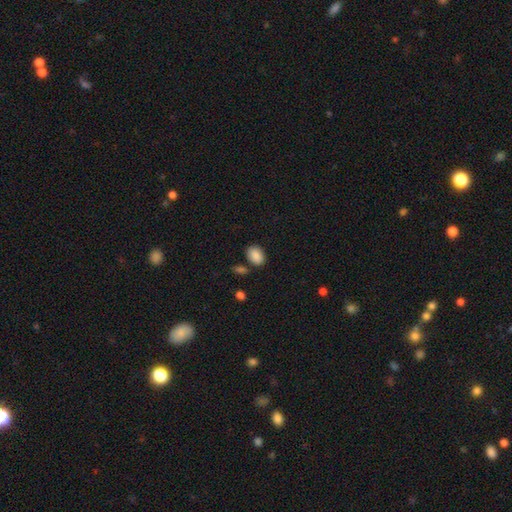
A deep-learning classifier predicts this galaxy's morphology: This is clearly a smooth galaxy (88%). How rounded: clearly in between (80%). Merging: likely none (76%).